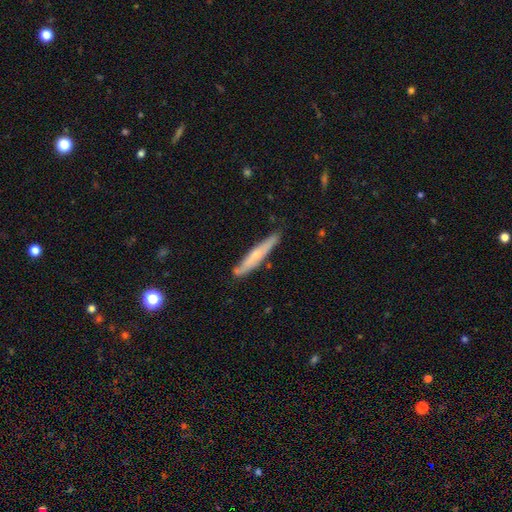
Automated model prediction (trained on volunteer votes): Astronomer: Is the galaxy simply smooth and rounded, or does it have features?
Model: smooth — 51% (runner-up: featured or disk, 43%).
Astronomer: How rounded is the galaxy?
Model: cigar-shaped — 94%.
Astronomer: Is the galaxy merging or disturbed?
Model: none — 80%.